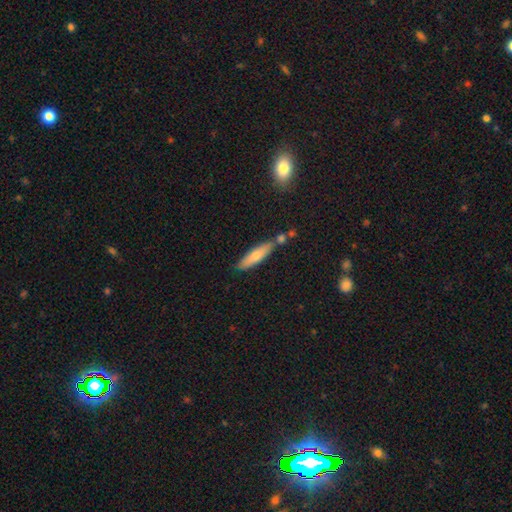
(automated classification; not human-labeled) Smooth or featured? Predicted: smooth (p=0.72). How rounded? Predicted: cigar-shaped (p=0.74). Merging? Predicted: none (p=0.69).